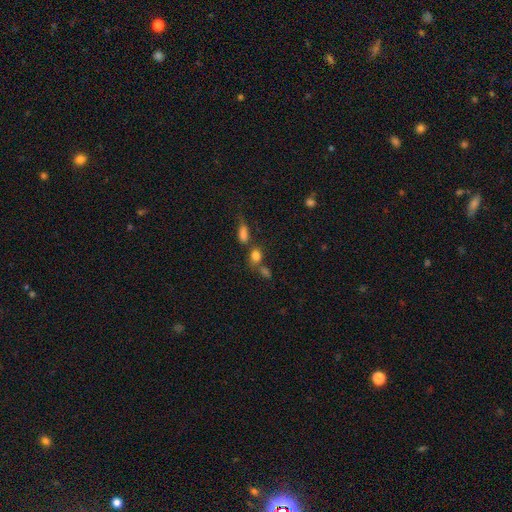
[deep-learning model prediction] Smooth or featured: smooth — 78% (star or artifact — 14%)
How rounded: in between — 49% (round — 47%)
Merging: none — 48% (merger — 32%)